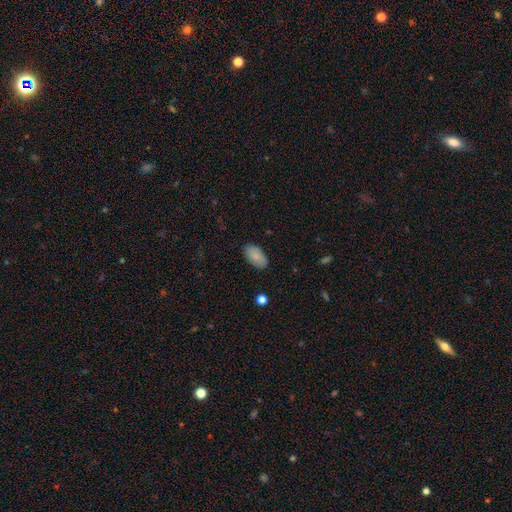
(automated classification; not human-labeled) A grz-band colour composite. It shows a smooth galaxy with no disk features (85%) that is in between round and cigar-shaped (95%). Merging: none (85%).